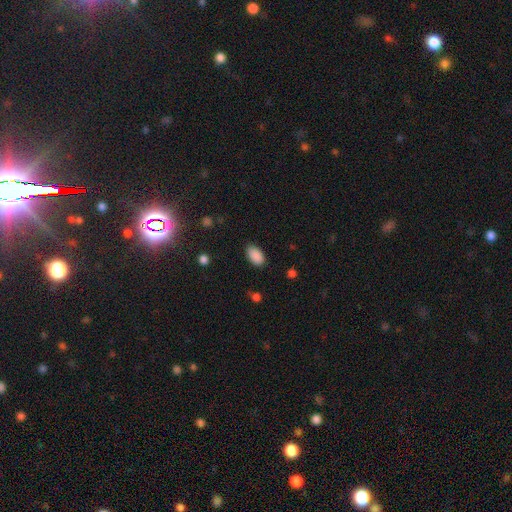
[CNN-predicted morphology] Smooth or featured? smooth (89%)
How rounded? in between (93%)
Merging? none (85%)